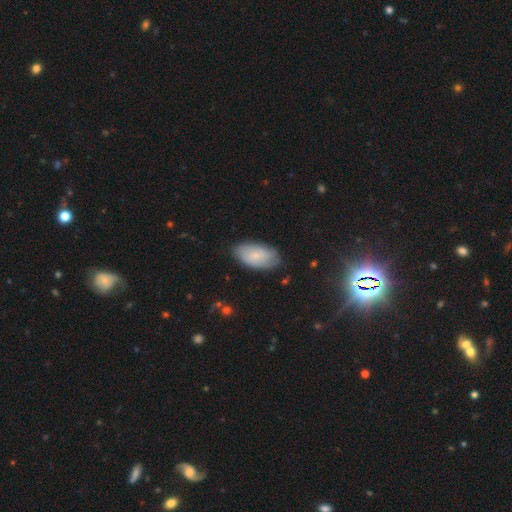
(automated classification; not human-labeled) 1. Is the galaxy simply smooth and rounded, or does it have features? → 69% smooth, 24% featured or disk, 7% star or artifact.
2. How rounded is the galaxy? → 94% in between, 3% cigar-shaped, 3% round.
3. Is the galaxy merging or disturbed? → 77% none, 18% minor disturbance, 4% major disturbance, 1% merger.